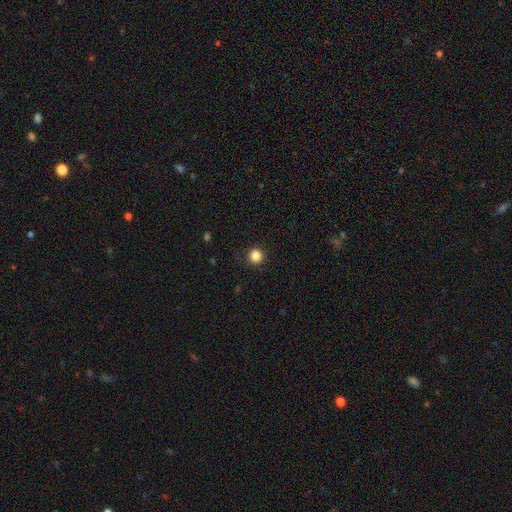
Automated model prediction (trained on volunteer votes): Smooth or featured? smooth (86%)
How rounded? round (94%)
Merging? none (89%)